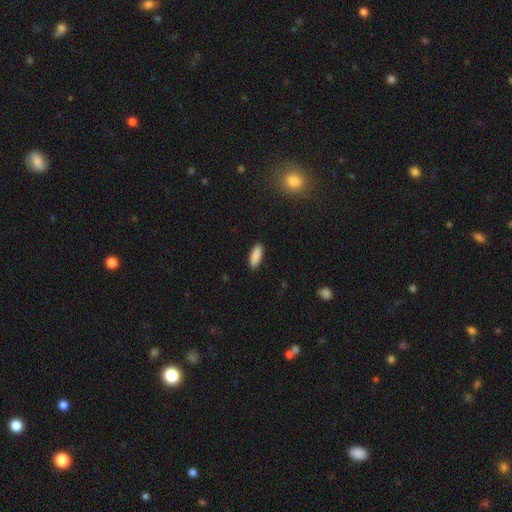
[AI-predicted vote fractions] The model was most divided on "how rounded": in between: 64%, cigar-shaped: 34%, round: 2%. More confident: merging — none (89%); smooth or featured — smooth (89%).